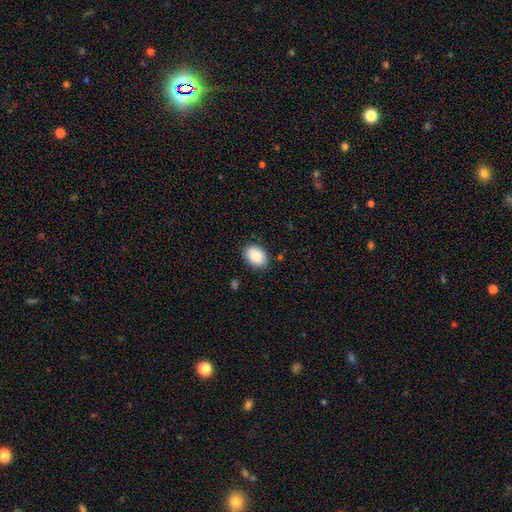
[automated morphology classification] The model was most divided on "how rounded": in between: 81%, round: 18%, cigar-shaped: 1%. More confident: smooth or featured — smooth (87%); merging — none (86%).